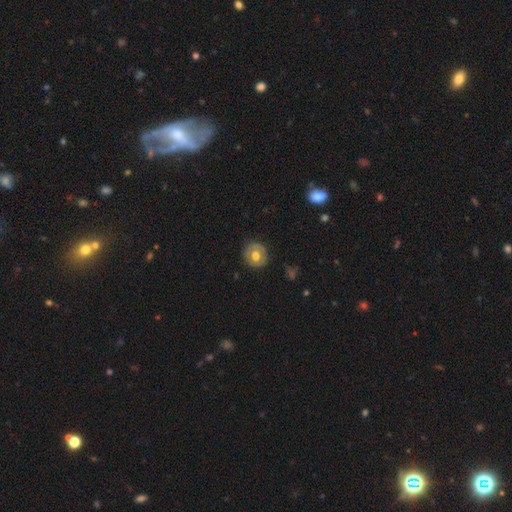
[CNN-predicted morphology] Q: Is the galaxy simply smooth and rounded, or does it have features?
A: smooth — 56%.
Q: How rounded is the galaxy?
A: round — 86%.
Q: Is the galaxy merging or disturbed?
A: none — 84%.